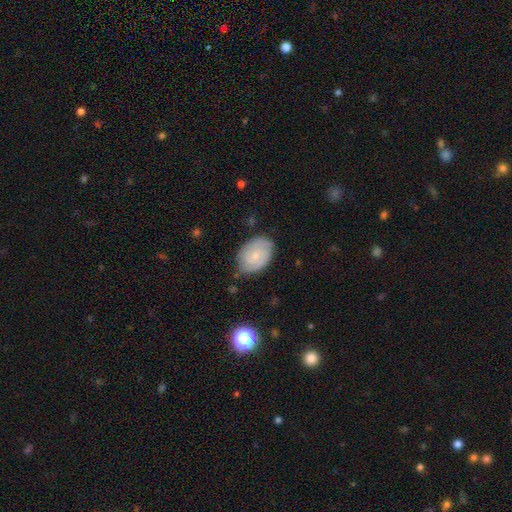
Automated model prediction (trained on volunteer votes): Smooth or featured? Predicted: featured or disk (p=0.59). Edge-on disk? Predicted: no (p=0.97). Bar? Predicted: no (p=0.68). Spiral arms? Predicted: yes (p=0.88). Spiral winding? Predicted: tight (p=0.62). Spiral arm count? Predicted: 2 (p=0.49). Bulge size? Predicted: small (p=0.72). Merging? Predicted: none (p=0.76).